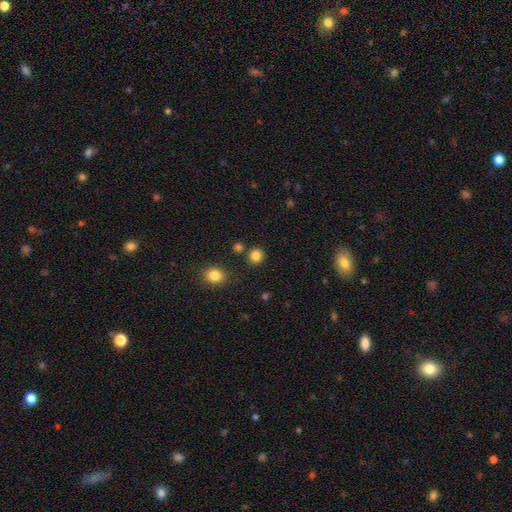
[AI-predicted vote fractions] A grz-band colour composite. It shows a smooth galaxy with no disk features (84%) that is round (89%). Merging: none (85%).